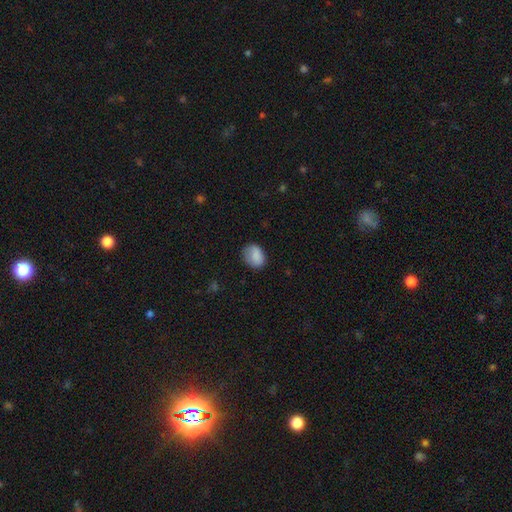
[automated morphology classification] smooth_or_featured: smooth (p=0.85) [alt: star or artifact p=0.08]
how_rounded: in between (p=0.63) [alt: round p=0.36]
merging: none (p=0.70) [alt: minor disturbance p=0.23]